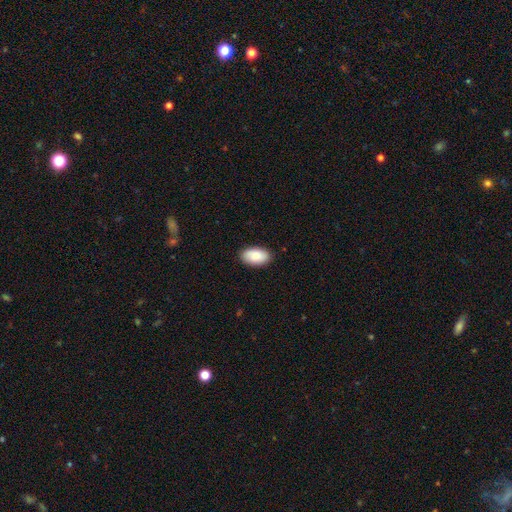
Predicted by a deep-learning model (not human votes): A smooth galaxy with no disk features (87%) that is in between round and cigar-shaped (95%).

Vote fractions:
- Smooth or featured? smooth: 87% / featured or disk: 7% / star or artifact: 6%
- How rounded? in between: 95% / round: 4% / cigar-shaped: 2%
- Merging? none: 88% / minor disturbance: 10% / major disturbance: 2% / merger: 1%